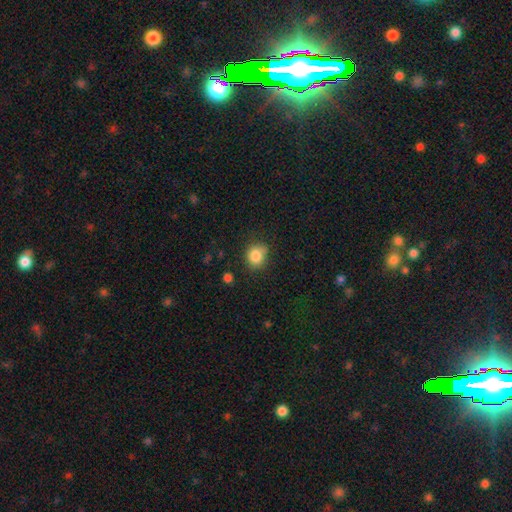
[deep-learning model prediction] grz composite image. It shows a smooth galaxy with no disk features (85%) that is round (76%). Merging: none (73%).